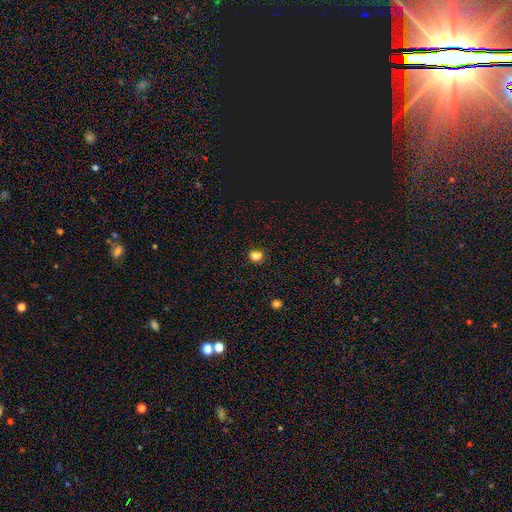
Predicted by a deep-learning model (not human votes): Overall: smooth (79%). How rounded: round (65%; in between 34%). Merging: none (75%).